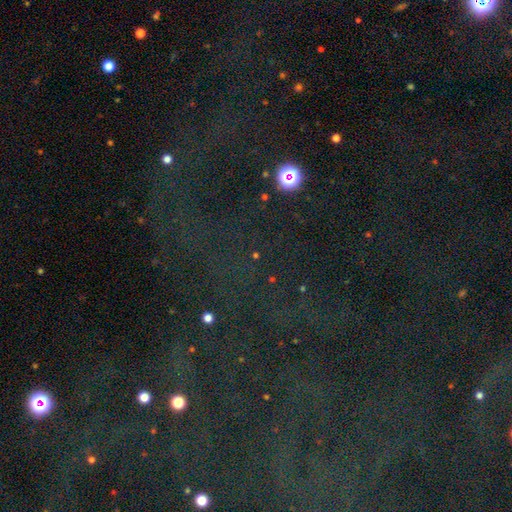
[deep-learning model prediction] Overall: star or artifact (77%).